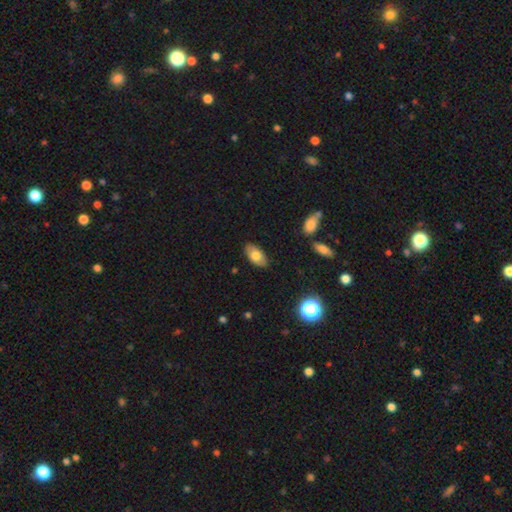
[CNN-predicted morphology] A smooth galaxy with no disk features (71%) that is in between round and cigar-shaped (93%). Merging: none (85%).